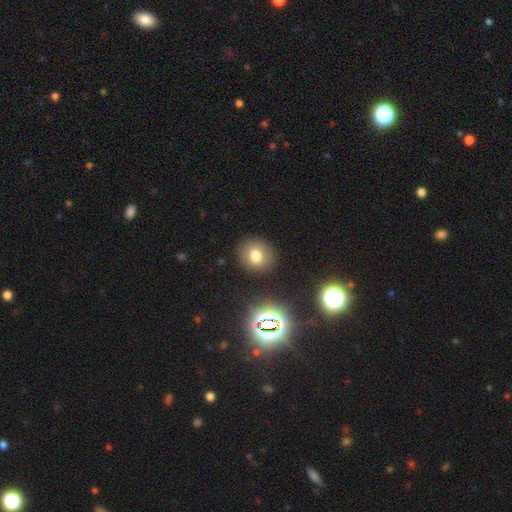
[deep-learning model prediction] A smooth galaxy with no disk features (74%) that is round (79%). Merging: none (88%).